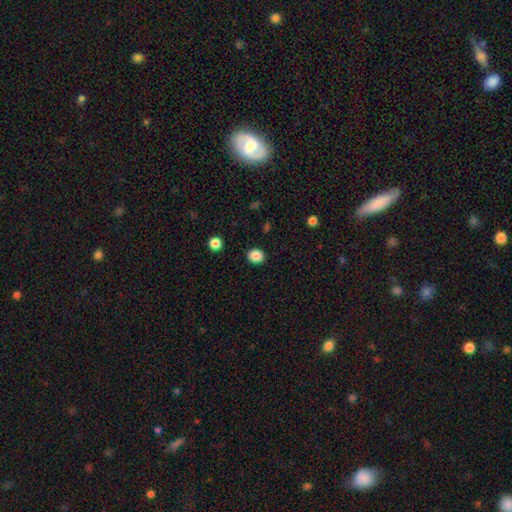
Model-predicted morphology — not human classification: Smooth or featured: smooth — 86% (star or artifact — 10%)
How rounded: round — 69% (in between — 30%)
Merging: none — 91% (minor disturbance — 6%)